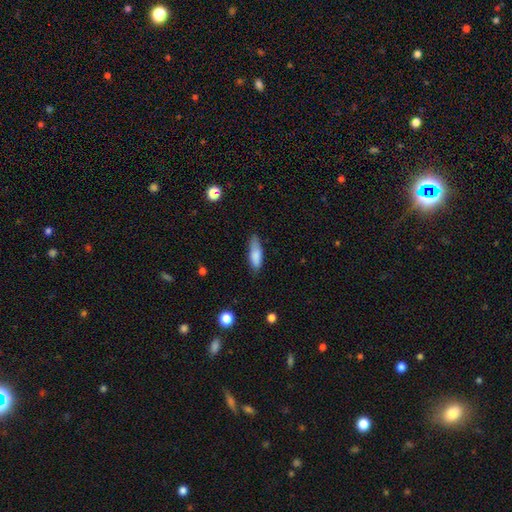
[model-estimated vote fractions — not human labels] Q: Smooth or featured?
A: smooth (82%); runner-up: featured or disk (12%)
Q: How rounded?
A: in between (52%); runner-up: cigar-shaped (46%)
Q: Merging?
A: none (67%); runner-up: minor disturbance (26%)